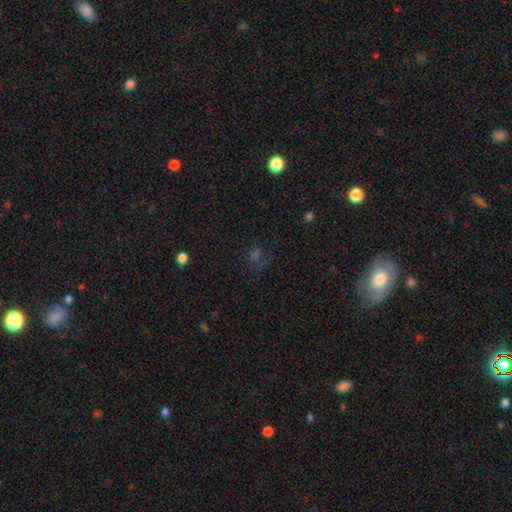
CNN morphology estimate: Smooth or featured?
  - star or artifact: 48% *
  - smooth: 37%
  - featured or disk: 16%